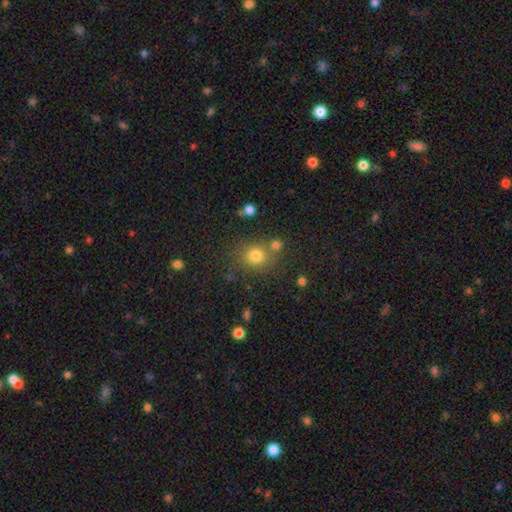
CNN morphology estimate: Smooth or featured? Predicted: smooth (p=0.77). How rounded? Predicted: round (p=0.85). Merging? Predicted: none (p=0.72).